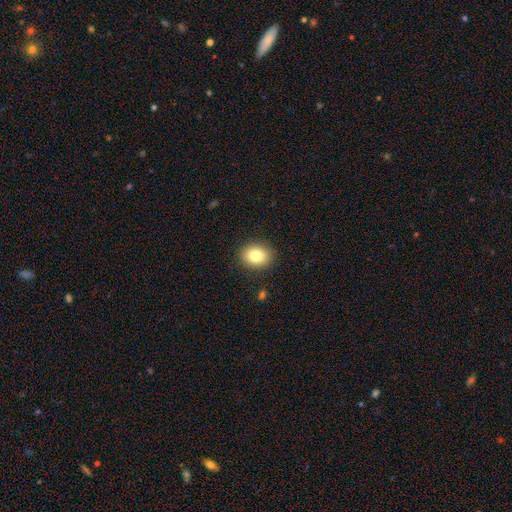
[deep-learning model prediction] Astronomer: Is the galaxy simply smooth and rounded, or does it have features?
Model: smooth — 82%.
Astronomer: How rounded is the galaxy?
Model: round — 50% (runner-up: in between, 49%).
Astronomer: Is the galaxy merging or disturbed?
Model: none — 88%.